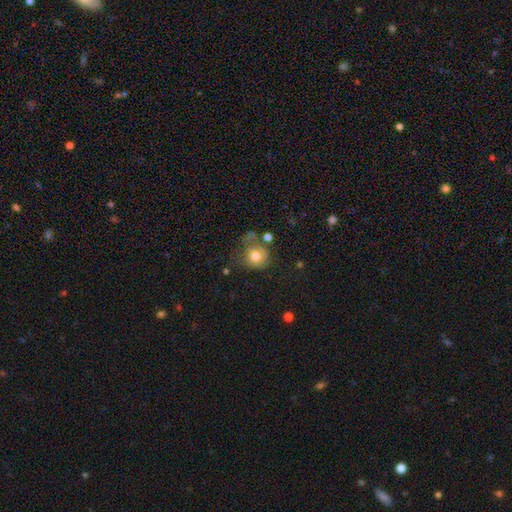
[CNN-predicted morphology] Overall: smooth (74%). How rounded: round (80%). Merging: none (39%; major disturbance 26%).